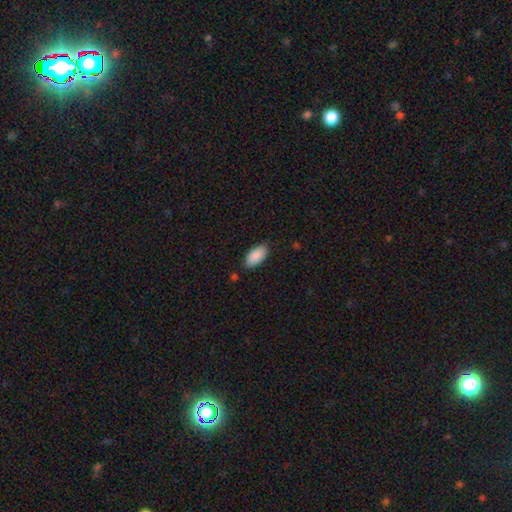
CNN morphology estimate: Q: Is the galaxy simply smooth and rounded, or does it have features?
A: smooth — 90%.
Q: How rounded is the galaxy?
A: in between — 94%.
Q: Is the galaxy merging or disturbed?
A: none — 83%.